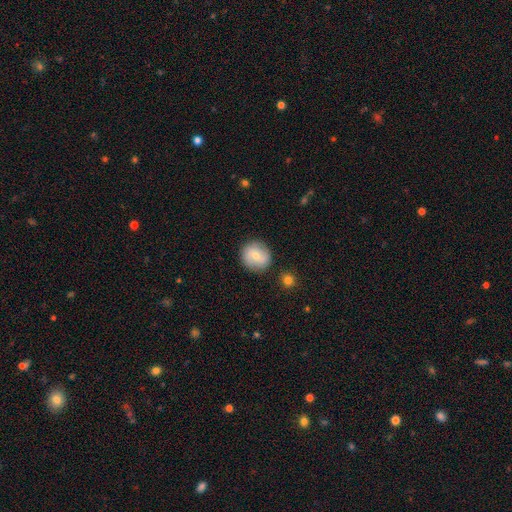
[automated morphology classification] A smooth galaxy with no disk features (62%) that is round (91%). Merging: none (85%).